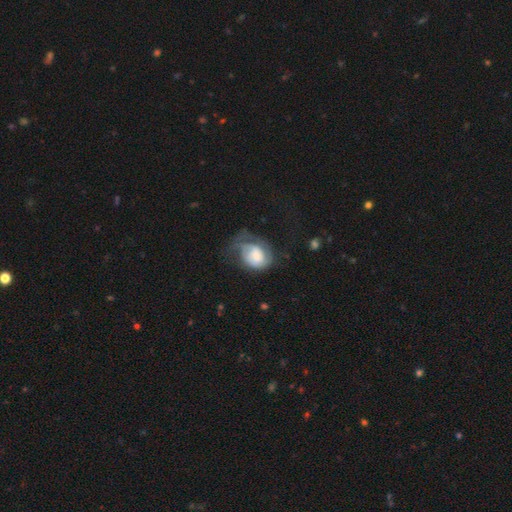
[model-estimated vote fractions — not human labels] smooth-or-featured: featured or disk: 57% | smooth: 36% | star or artifact: 7%
  disk-edge-on: no: 97% | yes: 3%
    bar: no: 57% | weak: 34% | strong: 9%
    has-spiral-arms: yes: 83% | no: 17%
    bulge-size: large: 31% | moderate: 24% | small: 20% | none: 15% | dominant: 9%
  merging: major disturbance: 44% | none: 29% | minor disturbance: 24% | merger: 2%